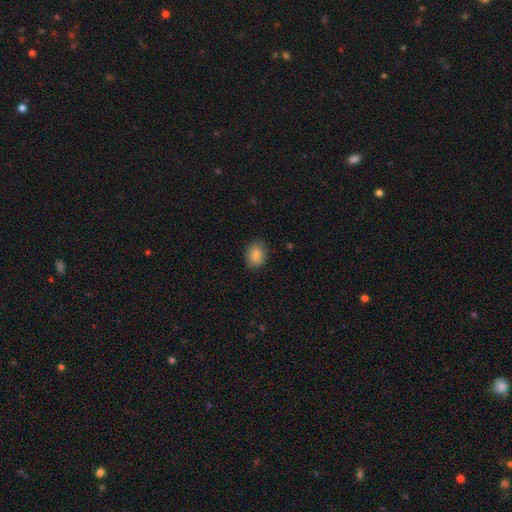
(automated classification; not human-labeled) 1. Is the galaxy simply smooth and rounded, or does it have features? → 86% smooth, 8% star or artifact, 6% featured or disk.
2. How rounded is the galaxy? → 57% in between, 42% round, 1% cigar-shaped.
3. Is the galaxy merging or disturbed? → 84% none, 12% minor disturbance, 3% major disturbance, 1% merger.